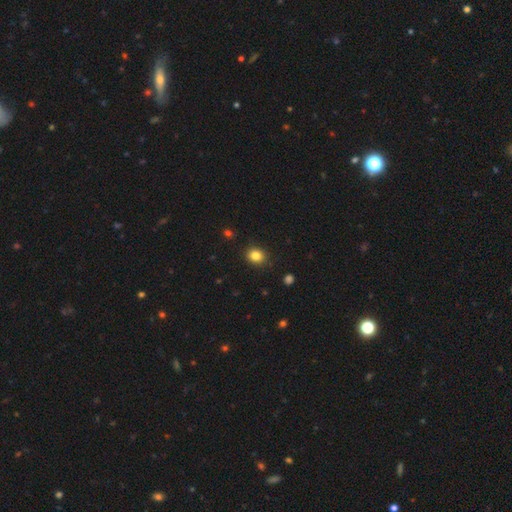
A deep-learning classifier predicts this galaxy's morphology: smooth 84%, star or artifact 11%, featured or disk 5%. Down the decision tree: how rounded — round (66%); merging — none (89%).